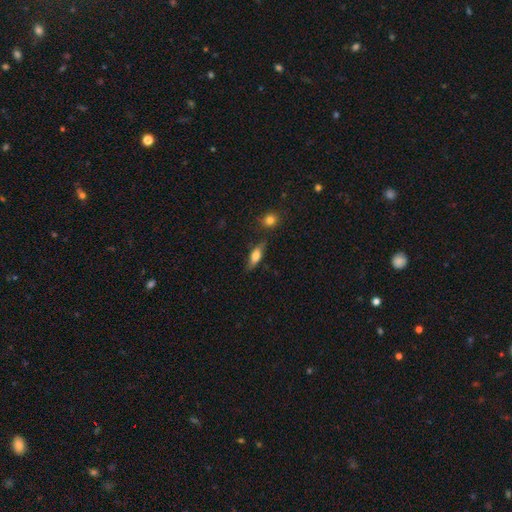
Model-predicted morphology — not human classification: This is likely a smooth galaxy (70%). How rounded: likely in between (66%). Merging: likely none (72%).